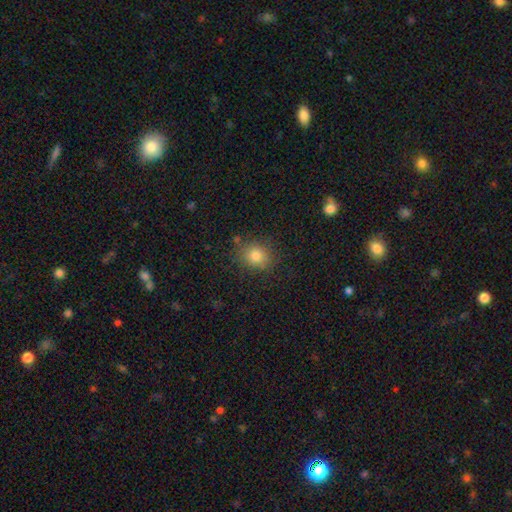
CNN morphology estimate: Q: Smooth or featured?
A: smooth (80%); runner-up: star or artifact (12%)
Q: How rounded?
A: round (71%); runner-up: in between (28%)
Q: Merging?
A: none (82%); runner-up: minor disturbance (12%)